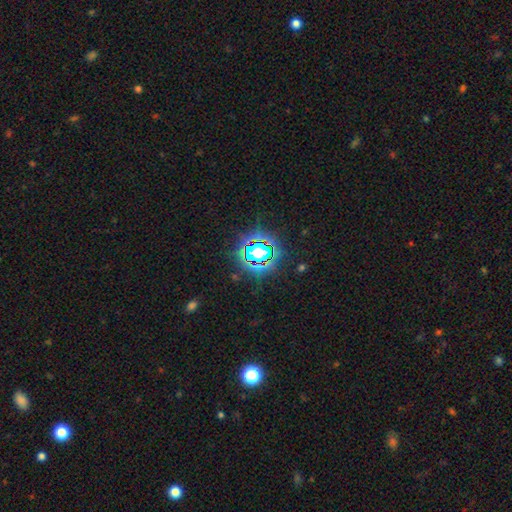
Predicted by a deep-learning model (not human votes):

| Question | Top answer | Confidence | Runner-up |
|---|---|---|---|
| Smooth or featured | star or artifact | 80% | smooth (12%) |